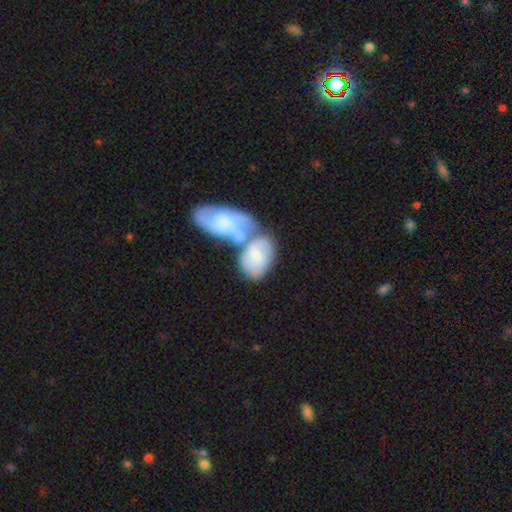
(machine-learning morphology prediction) Smooth or featured?
  - featured or disk: 51% *
  - smooth: 43%
  - star or artifact: 6%
Edge-on disk?
  - no: 94% *
  - yes: 6%
Merging?
  - merger: 62% *
  - none: 20%
  - minor disturbance: 11%
  - major disturbance: 7%